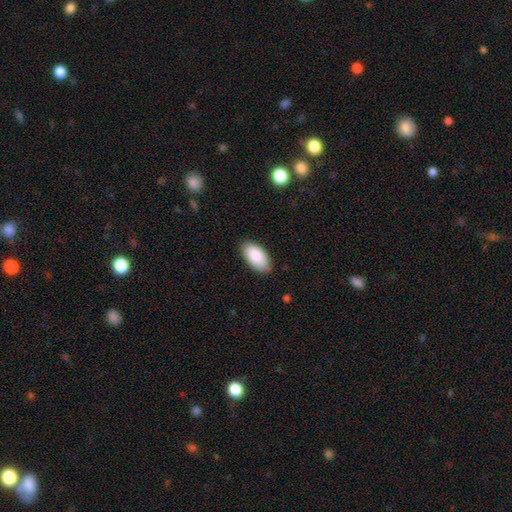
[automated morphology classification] Smooth or featured?
  - smooth: 89% *
  - star or artifact: 6%
  - featured or disk: 5%
How rounded?
  - in between: 95% *
  - cigar-shaped: 3%
  - round: 2%
Merging?
  - none: 85% *
  - minor disturbance: 12%
  - major disturbance: 2%
  - merger: 1%